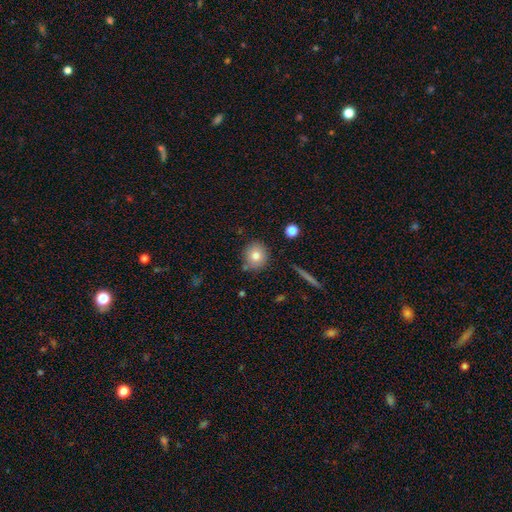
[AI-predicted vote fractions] This appears to be a smooth galaxy with no disk features (79%) that is round (87%). Merging: none (81%).